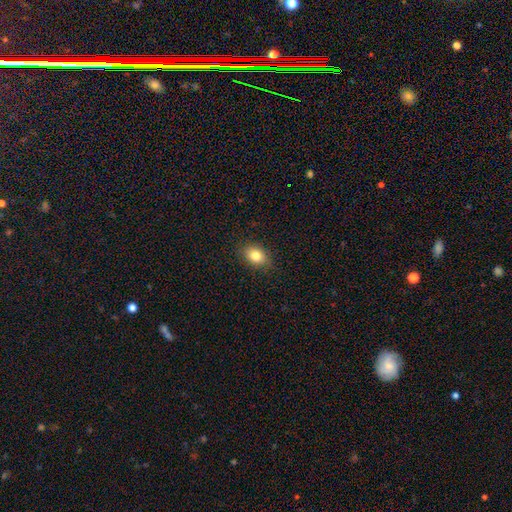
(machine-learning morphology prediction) smooth-or-featured: smooth: 82% | star or artifact: 9% | featured or disk: 9%
  how-rounded: in between: 75% | round: 23% | cigar-shaped: 2%
  merging: none: 86% | minor disturbance: 10% | major disturbance: 2% | merger: 1%